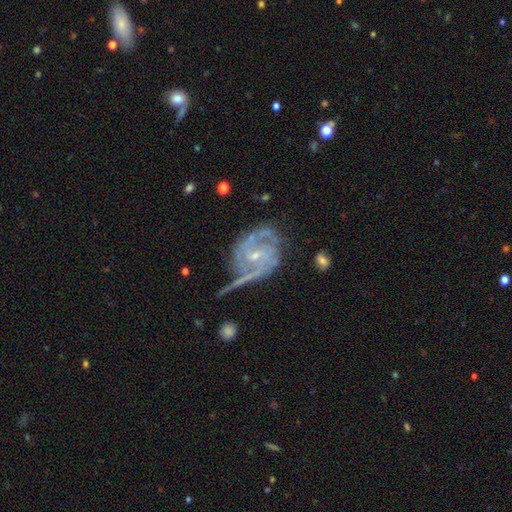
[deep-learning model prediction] This appears to be a featured or disk galaxy (89%) with no bar (48%), 2 (59%) medium (47%) spiral arms (97%) and a small central bulge (74%). Merging: none (53%).